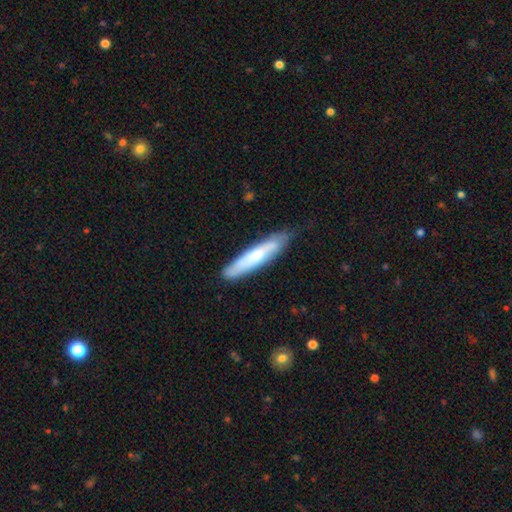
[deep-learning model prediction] This is possibly a smooth galaxy (52%). How rounded: clearly cigar-shaped (85%). Merging: likely none (75%).